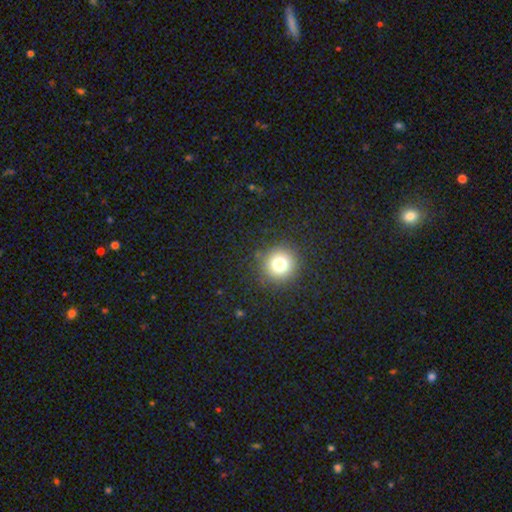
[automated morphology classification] smooth-or-featured: smooth: 65% | star or artifact: 30% | featured or disk: 5%
  how-rounded: round: 95% | in between: 4% | cigar-shaped: 1%
  merging: none: 93% | minor disturbance: 4% | major disturbance: 2% | merger: 1%